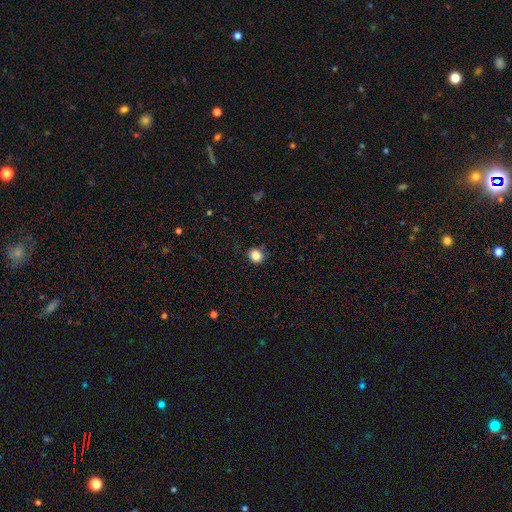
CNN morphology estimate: This is clearly a smooth galaxy (85%). How rounded: likely round (79%). Merging: likely none (78%).